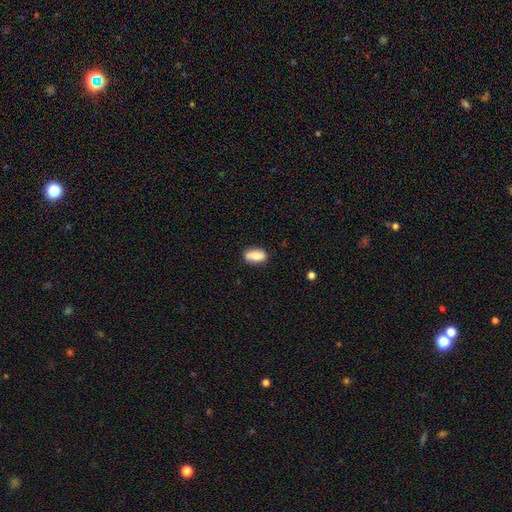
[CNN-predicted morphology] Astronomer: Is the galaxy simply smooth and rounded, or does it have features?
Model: smooth — 83%.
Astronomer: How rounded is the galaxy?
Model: in between — 87%.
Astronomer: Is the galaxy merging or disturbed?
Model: none — 77%.